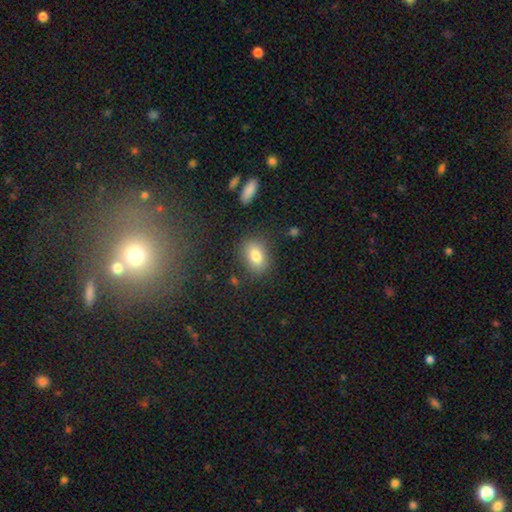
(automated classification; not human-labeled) Smooth or featured? smooth (79%)
How rounded? in between (76%)
Merging? none (81%)